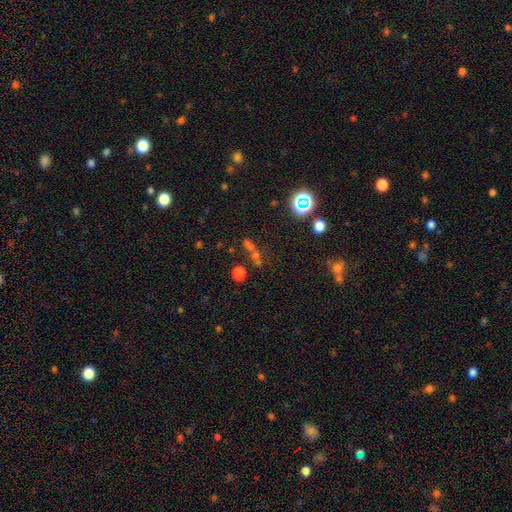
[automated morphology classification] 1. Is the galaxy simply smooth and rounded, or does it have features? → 49% star or artifact, 36% smooth, 15% featured or disk.